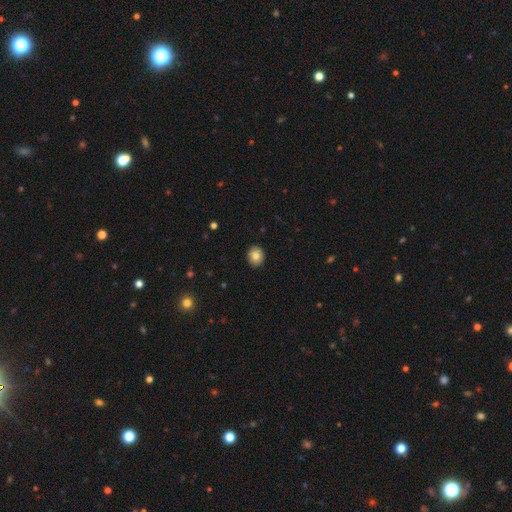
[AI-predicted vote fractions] A smooth galaxy with no disk features (82%) that is round (69%).

Vote fractions:
- Smooth or featured? smooth: 82% / featured or disk: 9% / star or artifact: 9%
- How rounded? round: 69% / in between: 30% / cigar-shaped: 1%
- Merging? none: 91% / minor disturbance: 6% / major disturbance: 2% / merger: 1%